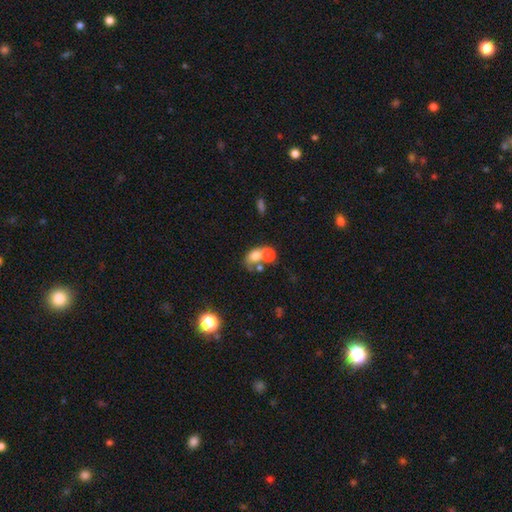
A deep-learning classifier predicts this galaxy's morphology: Overall: smooth (69%). How rounded: in between (58%; round 41%). Merging: merger (62%).